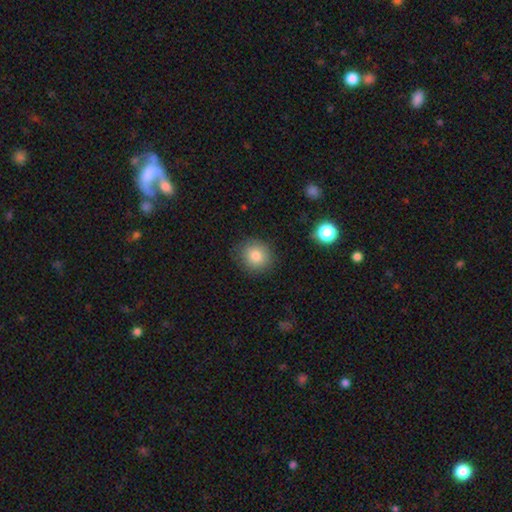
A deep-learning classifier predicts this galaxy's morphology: This appears to be a smooth galaxy with no disk features (84%) that is round (85%). Merging: none (86%).